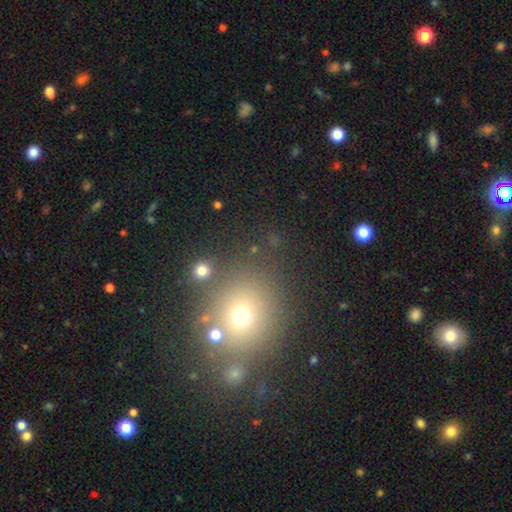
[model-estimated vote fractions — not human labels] Morphology: type=smooth (57%); roundness=round (79%); merging=none (77%).